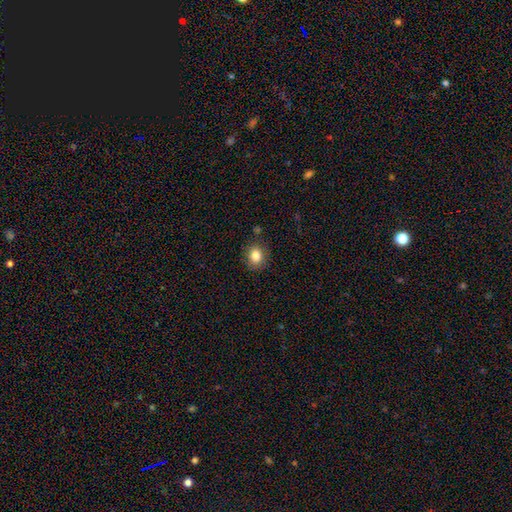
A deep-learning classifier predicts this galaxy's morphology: smooth 84%, star or artifact 10%, featured or disk 6%. Down the decision tree: how rounded — round (61%); merging — none (85%).